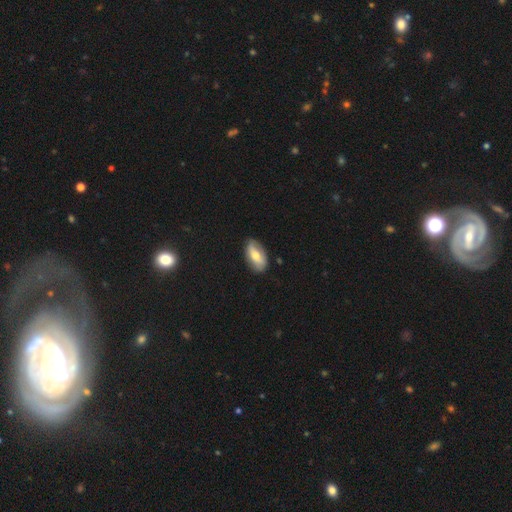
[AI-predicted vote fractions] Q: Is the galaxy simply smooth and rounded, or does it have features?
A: smooth — 59%.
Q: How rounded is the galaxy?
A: in between — 91%.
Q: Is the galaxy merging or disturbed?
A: none — 78%.